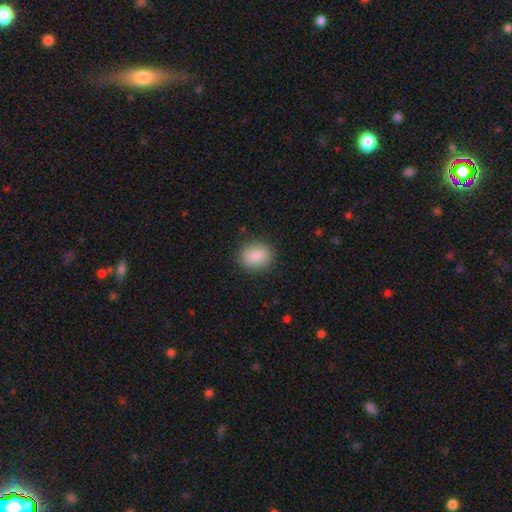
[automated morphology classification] A smooth galaxy with no disk features (88%) that is round (58%).

Vote fractions:
- Smooth or featured? smooth: 88% / star or artifact: 8% / featured or disk: 4%
- How rounded? round: 58% / in between: 41% / cigar-shaped: 1%
- Merging? none: 87% / minor disturbance: 9% / major disturbance: 3% / merger: 1%